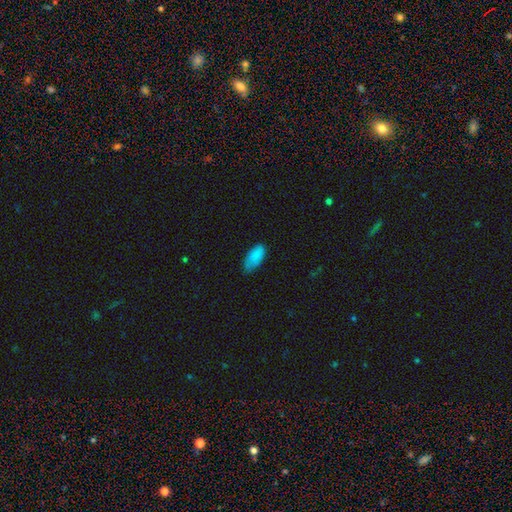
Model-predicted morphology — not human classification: Smooth or featured? Predicted: smooth (p=0.87). How rounded? Predicted: in between (p=0.90). Merging? Predicted: none (p=0.65).